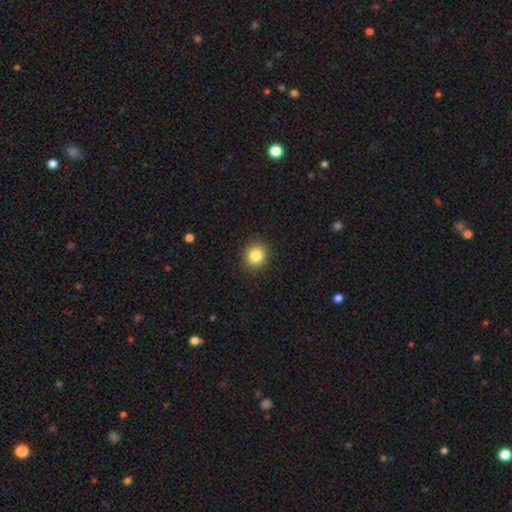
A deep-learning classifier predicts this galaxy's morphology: The model was most divided on "how rounded": round: 83%, in between: 16%, cigar-shaped: 1%. More confident: merging — none (91%); smooth or featured — smooth (84%).